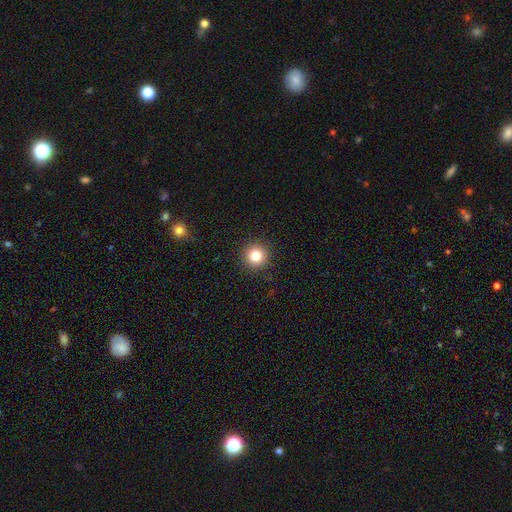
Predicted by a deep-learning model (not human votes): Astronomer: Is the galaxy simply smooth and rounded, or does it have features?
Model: smooth — 82%.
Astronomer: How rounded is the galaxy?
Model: round — 95%.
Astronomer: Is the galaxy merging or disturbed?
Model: none — 92%.